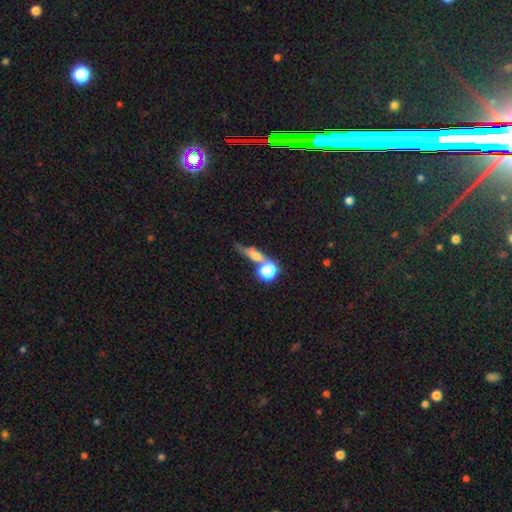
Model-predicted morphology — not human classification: smooth 50%, featured or disk 28%, star or artifact 22%. Down the decision tree: merging — none (48%).